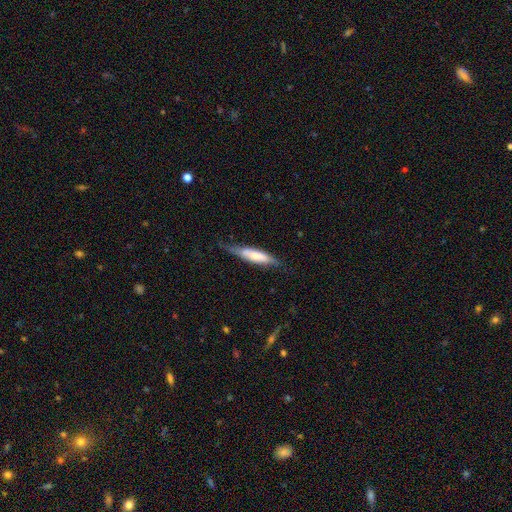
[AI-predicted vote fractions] A smooth galaxy with no disk features (58%) that is cigar-shaped (76%). Merging: none (58%).